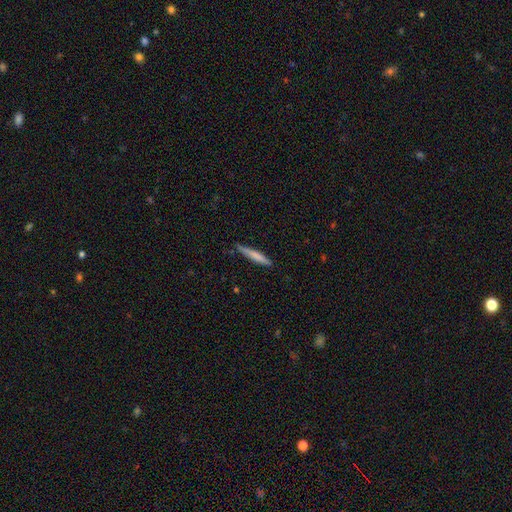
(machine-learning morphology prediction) This appears to be a smooth galaxy with no disk features (73%) that is cigar-shaped (94%). Merging: none (81%).